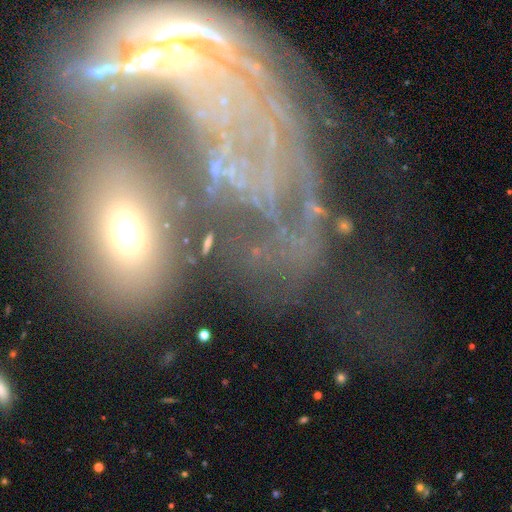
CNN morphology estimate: smooth-or-featured: featured or disk: 51% | star or artifact: 30% | smooth: 20%
  disk-edge-on: no: 86% | yes: 14%
  merging: none: 56% | major disturbance: 19% | minor disturbance: 16% | merger: 8%